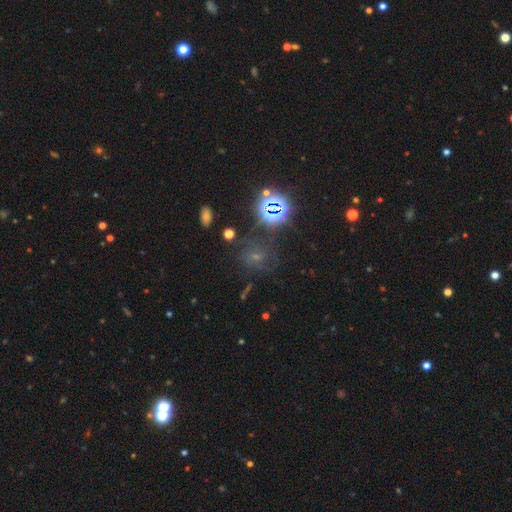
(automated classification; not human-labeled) Smooth or featured?
  - star or artifact: 46% *
  - featured or disk: 30%
  - smooth: 25%